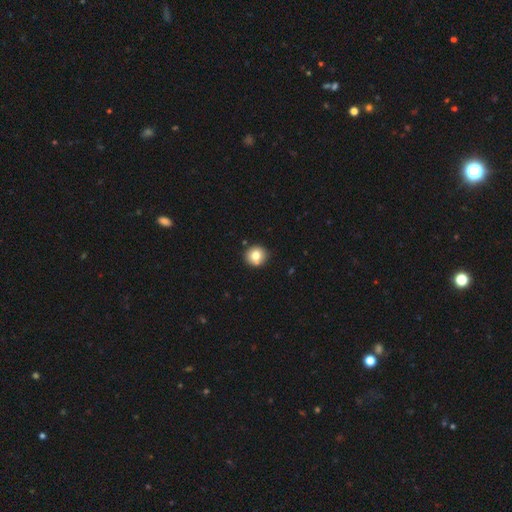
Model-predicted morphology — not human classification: A smooth galaxy with no disk features (79%) that is round (92%). Merging: none (86%).